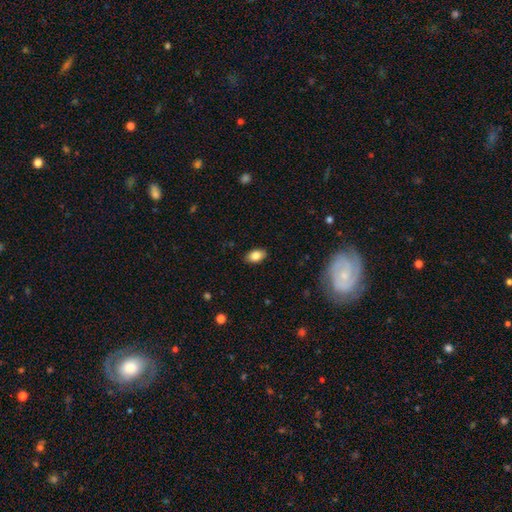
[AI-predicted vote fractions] Smooth or featured? Predicted: smooth (p=0.84). How rounded? Predicted: in between (p=0.89). Merging? Predicted: none (p=0.88).